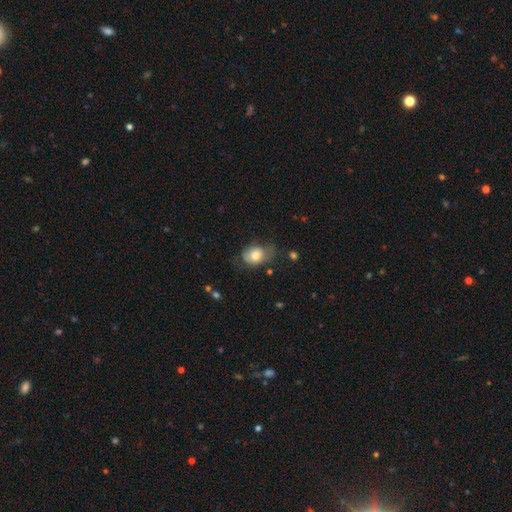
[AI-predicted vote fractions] smooth 72%, featured or disk 19%, star or artifact 8%. Down the decision tree: how rounded — in between (64%); merging — none (44%).